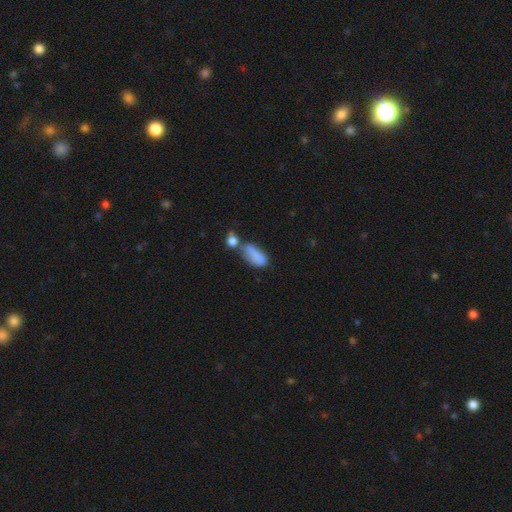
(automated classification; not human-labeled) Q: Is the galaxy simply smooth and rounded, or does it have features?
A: smooth — 77%.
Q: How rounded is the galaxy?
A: in between — 81%.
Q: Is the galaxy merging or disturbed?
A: merger — 35%.